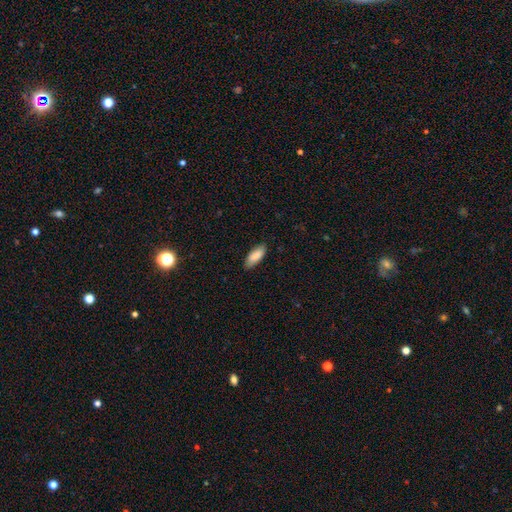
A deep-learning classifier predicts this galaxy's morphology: type=smooth (88%); roundness=in between (75%); merging=none (85%).